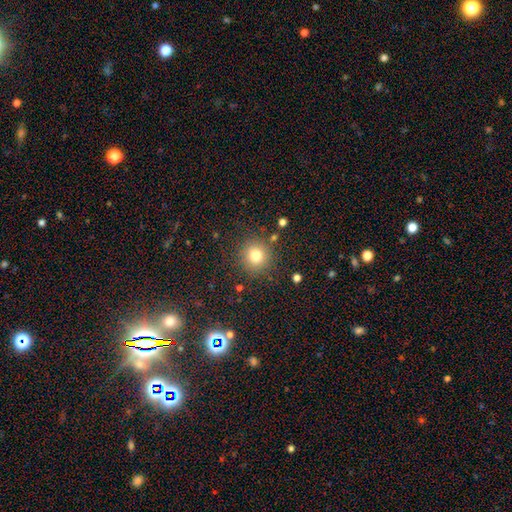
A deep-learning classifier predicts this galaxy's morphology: smooth_or_featured: smooth (p=0.77) [alt: star or artifact p=0.14]
how_rounded: round (p=0.92) [alt: in between p=0.07]
merging: none (p=0.86) [alt: minor disturbance p=0.08]